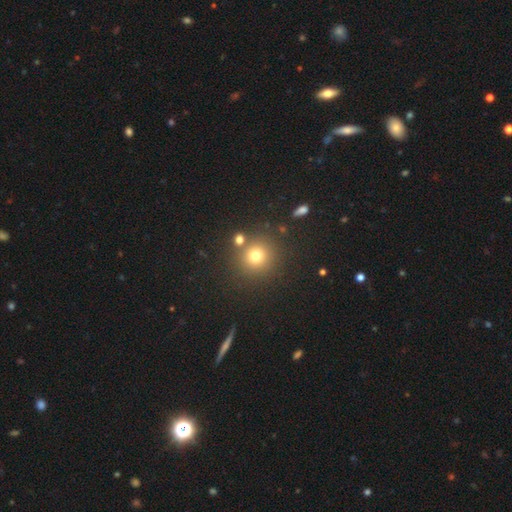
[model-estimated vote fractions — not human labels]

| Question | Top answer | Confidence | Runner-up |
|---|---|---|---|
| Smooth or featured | smooth | 74% | star or artifact (17%) |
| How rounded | round | 93% | in between (7%) |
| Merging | none | 80% | merger (9%) |